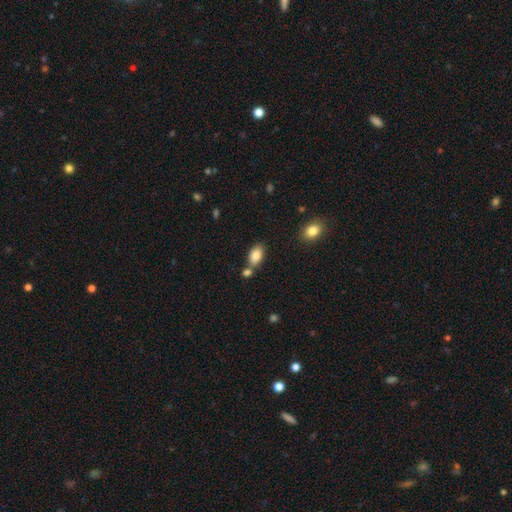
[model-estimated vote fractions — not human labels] A smooth galaxy with no disk features (86%) that is in between round and cigar-shaped (91%). Merging: none (64%).